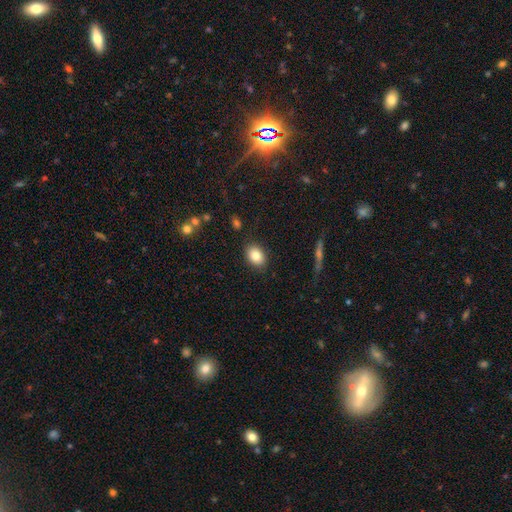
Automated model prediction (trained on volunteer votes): Smooth or featured?
  - smooth: 84% *
  - featured or disk: 8%
  - star or artifact: 8%
How rounded?
  - in between: 77% *
  - round: 22%
  - cigar-shaped: 1%
Merging?
  - none: 86% *
  - minor disturbance: 10%
  - major disturbance: 3%
  - merger: 2%